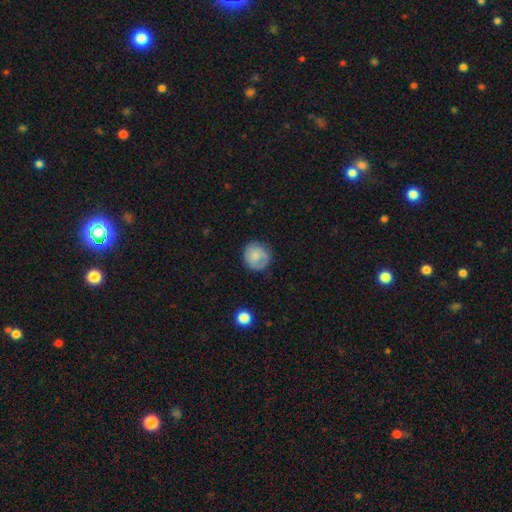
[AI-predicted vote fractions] A smooth galaxy with no disk features (67%) that is round (89%). Merging: none (79%).